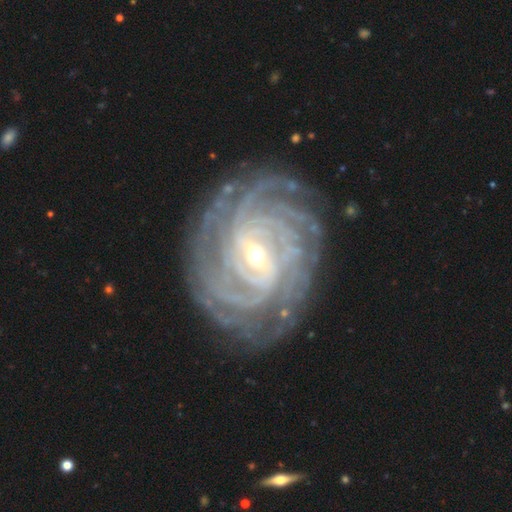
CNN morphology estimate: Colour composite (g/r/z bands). It shows a featured or disk galaxy (93%) with a weak bar (46%), more than 4 (31%) tight (85%) spiral arms (99%) and a small central bulge (54%). Merging: none (83%).